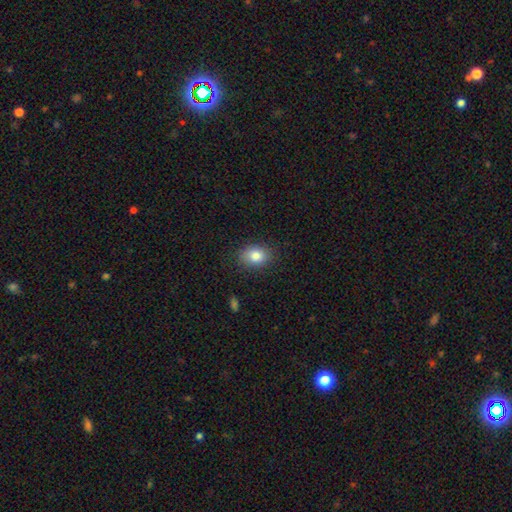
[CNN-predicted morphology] smooth_or_featured: smooth (p=0.83) [alt: star or artifact p=0.09]
how_rounded: in between (p=0.62) [alt: round p=0.37]
merging: none (p=0.84) [alt: minor disturbance p=0.12]